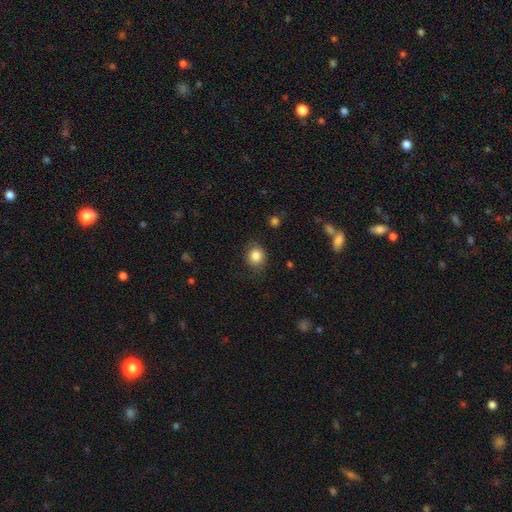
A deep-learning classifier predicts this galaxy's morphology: A smooth galaxy with no disk features (85%) that is round (77%). Merging: none (84%).